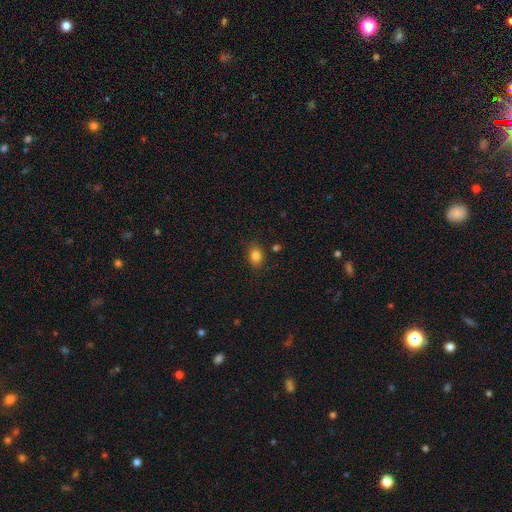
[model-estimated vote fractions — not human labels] The model was most divided on "how rounded": in between: 65%, round: 33%, cigar-shaped: 1%. More confident: merging — none (84%); smooth or featured — smooth (83%).